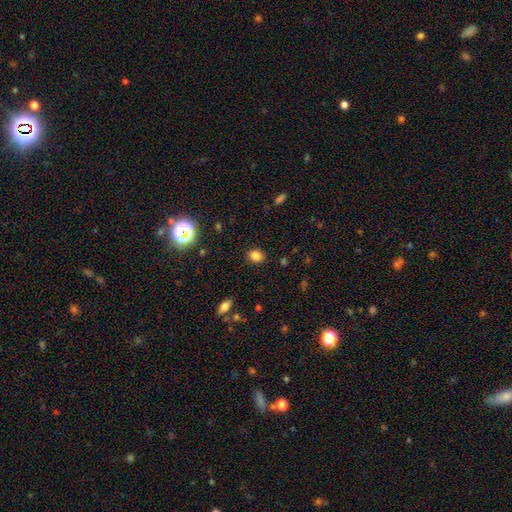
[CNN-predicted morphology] This appears to be a smooth galaxy with no disk features (82%) that is round (57%). Merging: none (89%).